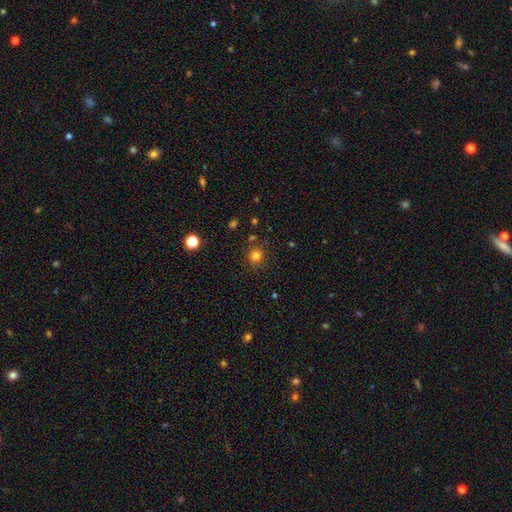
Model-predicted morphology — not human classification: Smooth or featured? smooth (79%)
How rounded? round (92%)
Merging? none (86%)